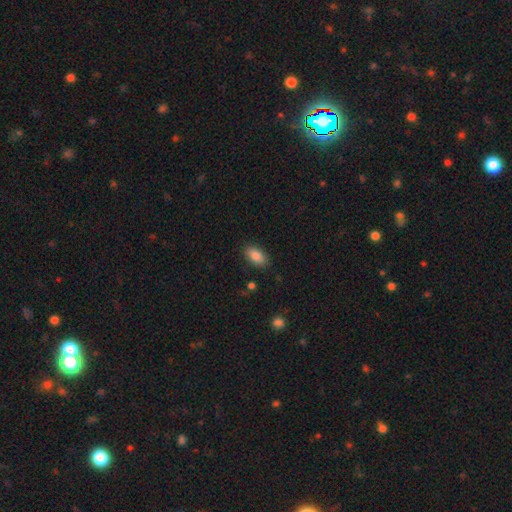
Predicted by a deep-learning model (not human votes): This is clearly a smooth galaxy (87%). How rounded: clearly in between (92%). Merging: clearly none (87%).